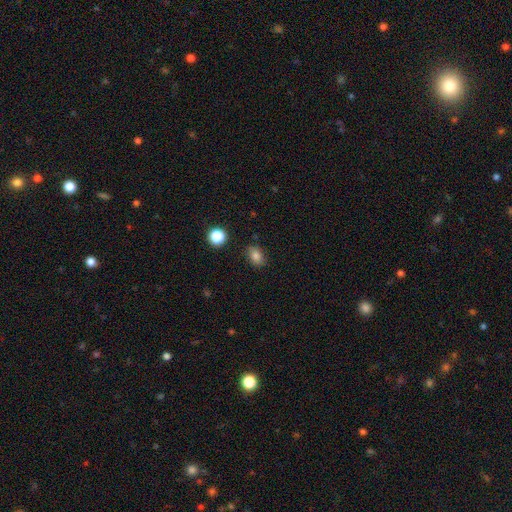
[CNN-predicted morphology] This appears to be a smooth galaxy with no disk features (82%) that is in between round and cigar-shaped (71%). Merging: none (83%).